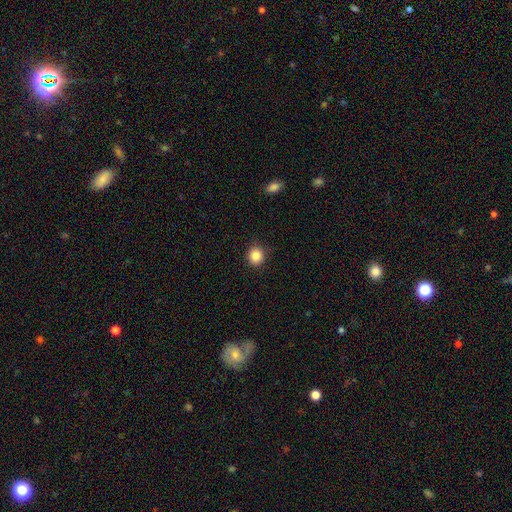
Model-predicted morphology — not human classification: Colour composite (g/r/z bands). It shows a smooth galaxy with no disk features (85%) that is round (87%). Merging: none (89%).